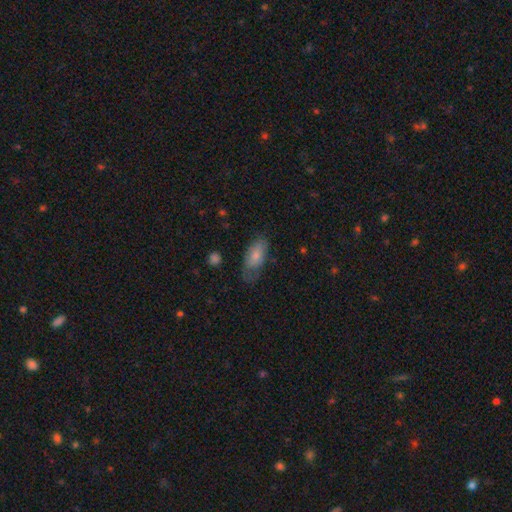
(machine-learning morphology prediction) type=smooth (75%); roundness=in between (88%); merging=none (54%).